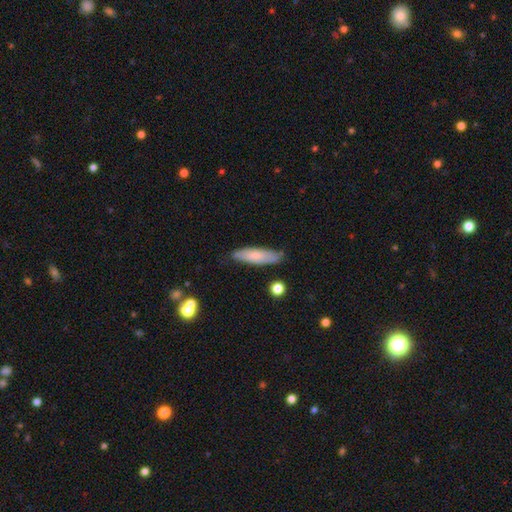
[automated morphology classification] smooth 75%, featured or disk 19%, star or artifact 6%. Down the decision tree: how rounded — cigar-shaped (68%); merging — none (80%).